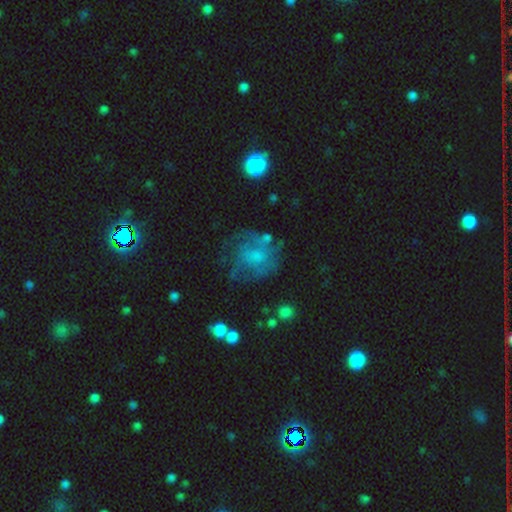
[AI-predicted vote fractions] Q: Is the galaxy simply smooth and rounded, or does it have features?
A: featured or disk — 60%.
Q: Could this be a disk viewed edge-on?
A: no — 98%.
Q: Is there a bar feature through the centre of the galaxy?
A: no — 74%.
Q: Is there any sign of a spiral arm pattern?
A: yes — 67%.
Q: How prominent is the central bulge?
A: small — 37%.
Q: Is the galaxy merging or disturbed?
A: none — 52%.